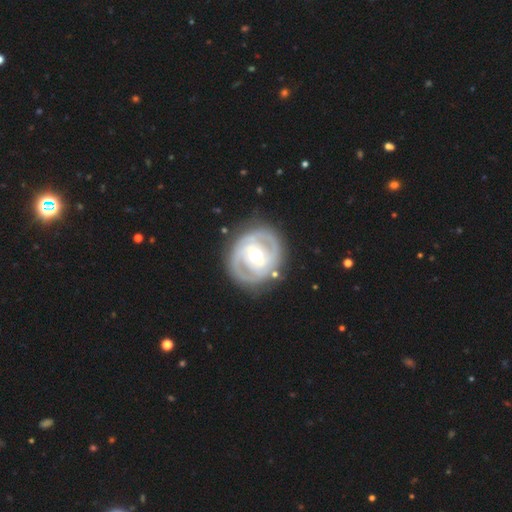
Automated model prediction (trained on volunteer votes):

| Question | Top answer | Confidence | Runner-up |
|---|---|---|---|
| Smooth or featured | featured or disk | 84% | smooth (12%) |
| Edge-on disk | no | 97% | yes (3%) |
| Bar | weak | 42% | no (31%) |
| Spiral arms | yes | 87% | no (13%) |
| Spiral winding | tight | 65% | medium (27%) |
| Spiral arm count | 2 | 61% | can't tell (17%) |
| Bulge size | moderate | 73% | large (17%) |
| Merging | none | 78% | minor disturbance (15%) |